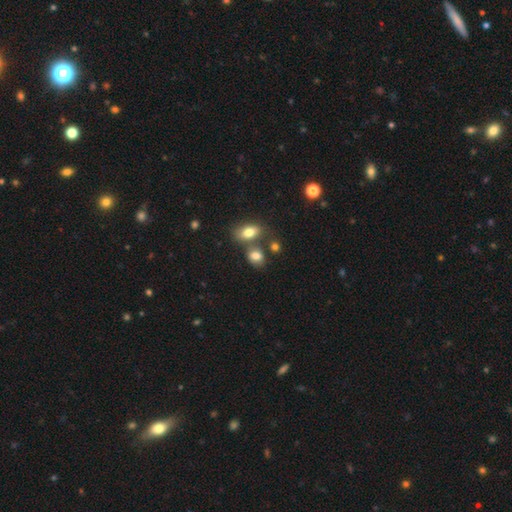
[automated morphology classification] Smooth or featured?
  - smooth: 80% *
  - star or artifact: 10%
  - featured or disk: 10%
How rounded?
  - in between: 70% *
  - round: 28%
  - cigar-shaped: 2%
Merging?
  - none: 53% *
  - merger: 28%
  - minor disturbance: 14%
  - major disturbance: 5%